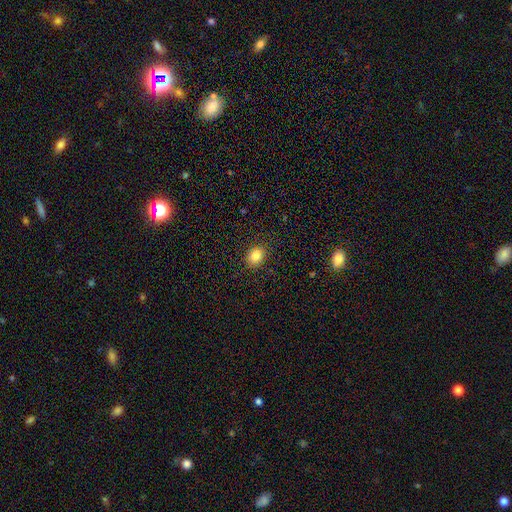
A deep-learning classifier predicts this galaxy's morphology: A smooth galaxy with no disk features (82%) that is round (56%). Merging: none (89%).